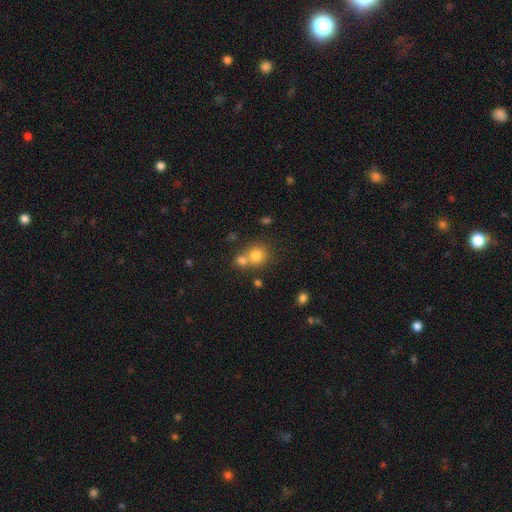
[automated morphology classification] The model was most divided on "merging": none: 47%, merger: 43%, minor disturbance: 7%, major disturbance: 3%. More confident: how rounded — round (84%); smooth or featured — smooth (78%).